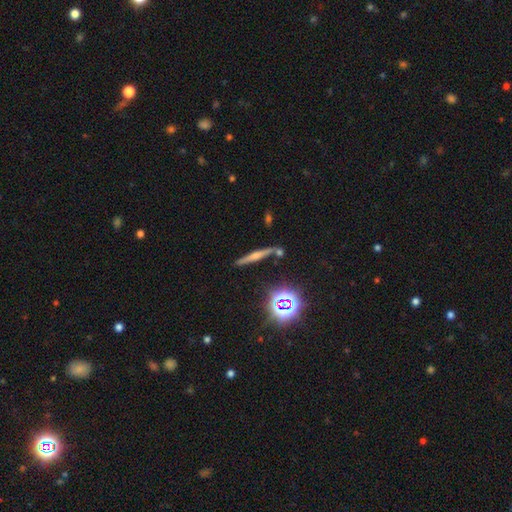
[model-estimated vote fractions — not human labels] featured or disk 48%, smooth 35%, star or artifact 18%. Down the decision tree: merging — none (79%).